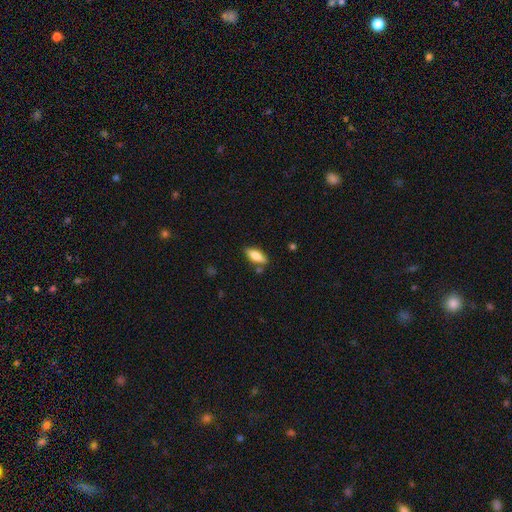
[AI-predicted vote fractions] The model was most divided on "how rounded": in between: 74%, cigar-shaped: 24%, round: 2%. More confident: merging — none (80%); smooth or featured — smooth (74%).